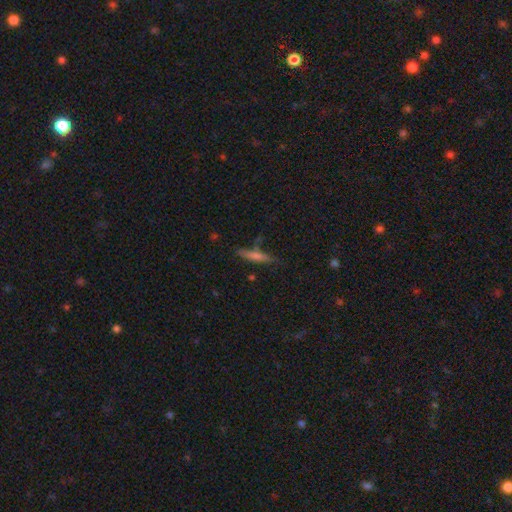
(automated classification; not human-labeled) This is possibly a smooth galaxy (57%). How rounded: clearly cigar-shaped (89%). Merging: likely none (79%).